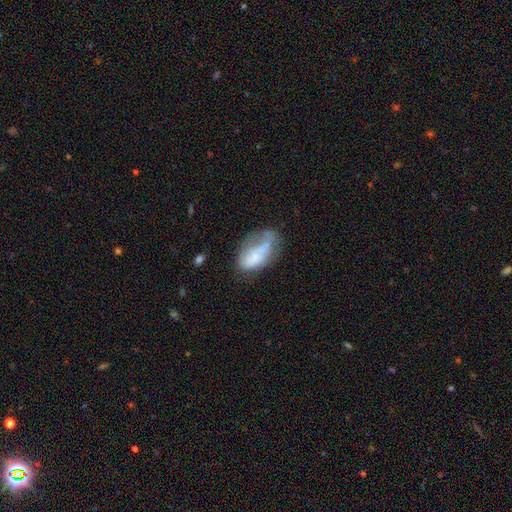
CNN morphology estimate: A smooth galaxy with no disk features (58%) that is in between round and cigar-shaped (90%).

Vote fractions:
- Smooth or featured? smooth: 58% / featured or disk: 33% / star or artifact: 9%
- How rounded? in between: 90% / cigar-shaped: 5% / round: 5%
- Merging? major disturbance: 32% / minor disturbance: 29% / none: 26% / merger: 13%